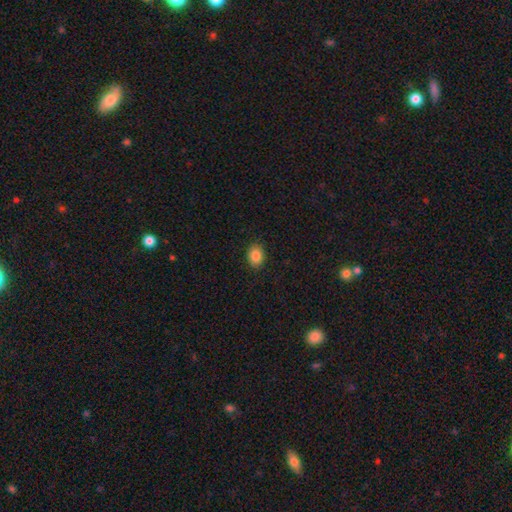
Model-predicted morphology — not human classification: Smooth or featured: smooth — 86% (star or artifact — 9%)
How rounded: in between — 65% (round — 34%)
Merging: none — 89% (minor disturbance — 8%)